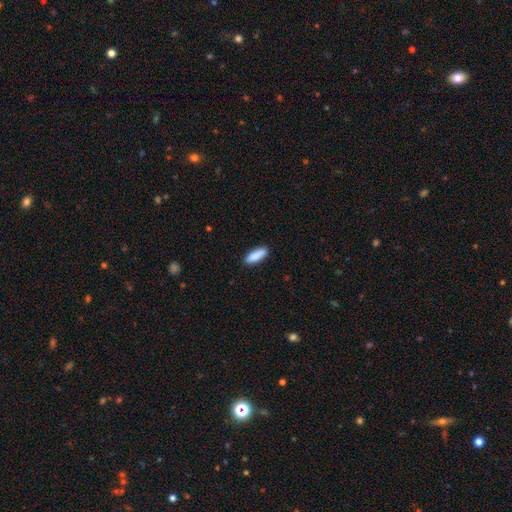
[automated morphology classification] Q: Smooth or featured?
A: smooth (89%); runner-up: star or artifact (6%)
Q: How rounded?
A: in between (57%); runner-up: cigar-shaped (42%)
Q: Merging?
A: none (87%); runner-up: minor disturbance (10%)